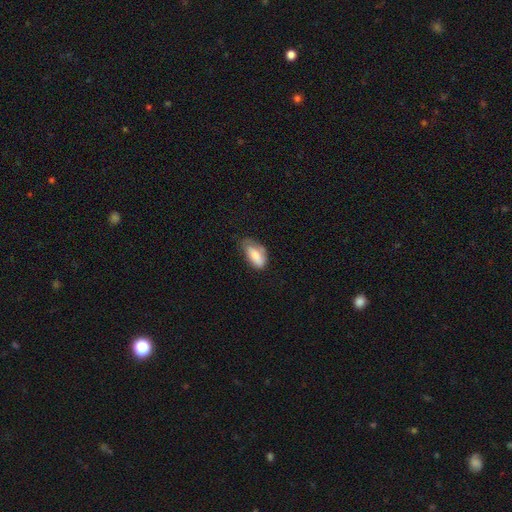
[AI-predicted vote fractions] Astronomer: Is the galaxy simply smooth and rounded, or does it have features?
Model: smooth — 79%.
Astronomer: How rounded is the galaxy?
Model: in between — 90%.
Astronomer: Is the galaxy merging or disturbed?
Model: none — 44% (runner-up: minor disturbance, 39%).